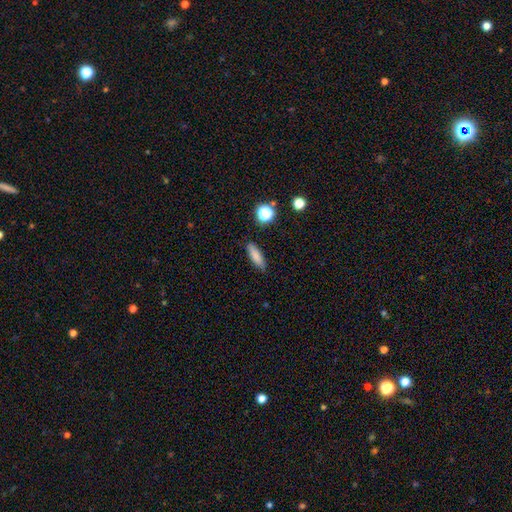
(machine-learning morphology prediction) smooth_or_featured: smooth (p=0.82) [alt: star or artifact p=0.10]
how_rounded: cigar-shaped (p=0.53) [alt: in between p=0.44]
merging: none (p=0.86) [alt: minor disturbance p=0.10]